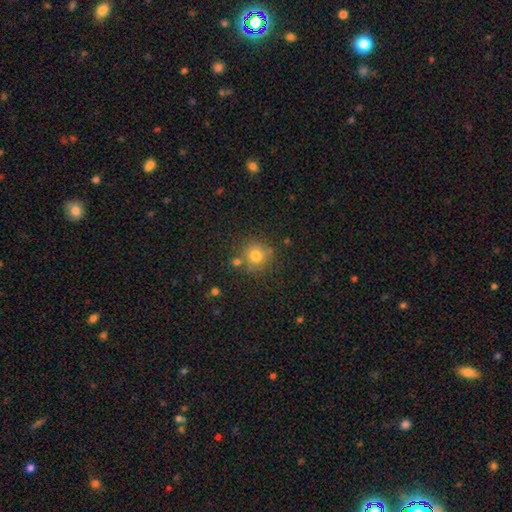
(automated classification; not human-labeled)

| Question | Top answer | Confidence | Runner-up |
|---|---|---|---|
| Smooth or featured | smooth | 76% | star or artifact (14%) |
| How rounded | round | 91% | in between (8%) |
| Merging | none | 74% | minor disturbance (12%) |